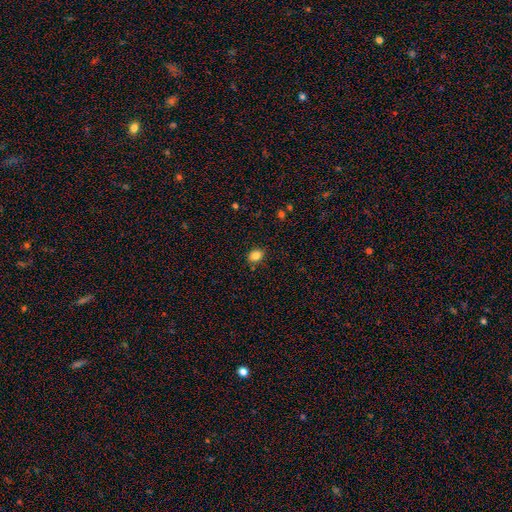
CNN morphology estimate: Smooth or featured: smooth — 85% (star or artifact — 10%)
How rounded: in between — 64% (round — 35%)
Merging: none — 86% (minor disturbance — 10%)